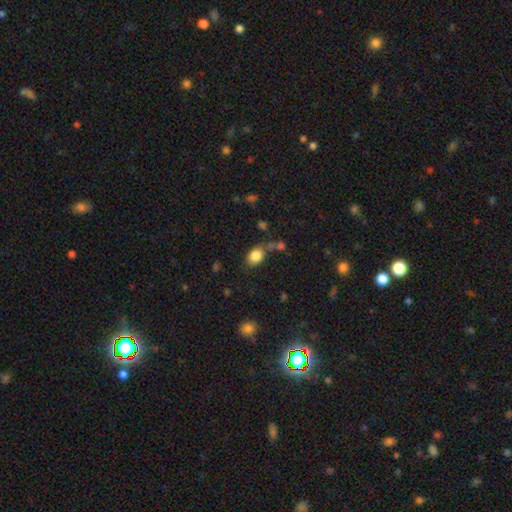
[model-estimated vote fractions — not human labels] smooth_or_featured: smooth (p=0.85) [alt: star or artifact p=0.09]
how_rounded: in between (p=0.72) [alt: round p=0.26]
merging: none (p=0.66) [alt: minor disturbance p=0.18]